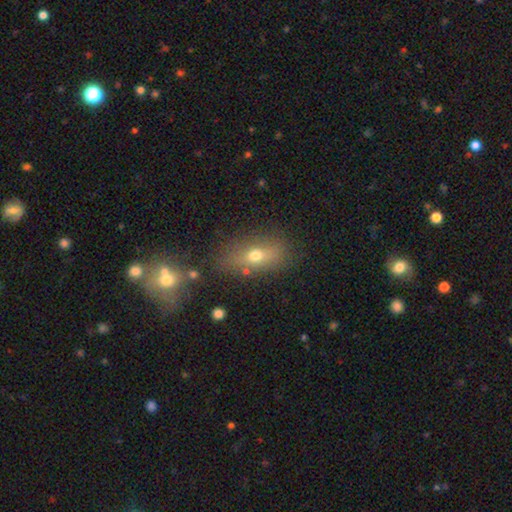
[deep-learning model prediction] This is likely a smooth galaxy (62%). How rounded: likely in between (73%). Merging: likely none (72%).